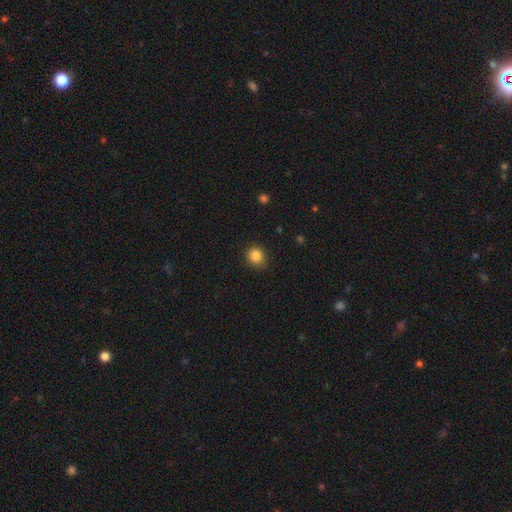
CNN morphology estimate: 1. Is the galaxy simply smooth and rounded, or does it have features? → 85% smooth, 10% star or artifact, 5% featured or disk.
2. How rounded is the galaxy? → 78% round, 21% in between, 1% cigar-shaped.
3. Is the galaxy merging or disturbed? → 86% none, 11% minor disturbance, 2% major disturbance, 1% merger.